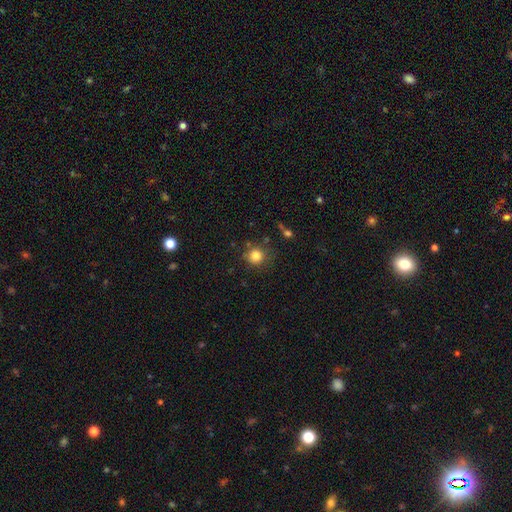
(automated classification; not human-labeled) smooth 83%, star or artifact 12%, featured or disk 5%. Down the decision tree: how rounded — round (91%); merging — none (78%).